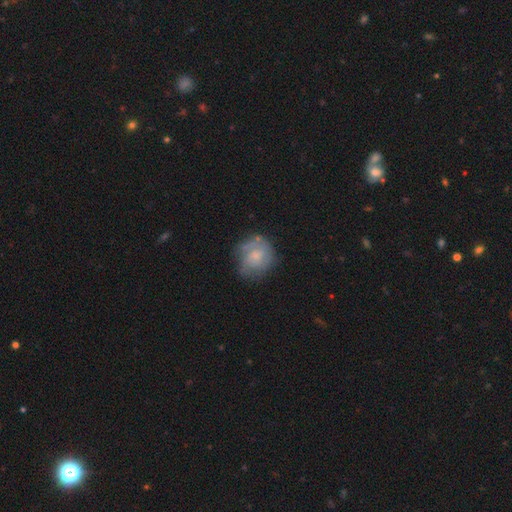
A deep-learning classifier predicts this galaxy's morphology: A featured or disk galaxy (49%).

Vote fractions:
- Smooth or featured? featured or disk: 49% / smooth: 44% / star or artifact: 7%
- Merging? none: 59% / minor disturbance: 25% / major disturbance: 13% / merger: 3%